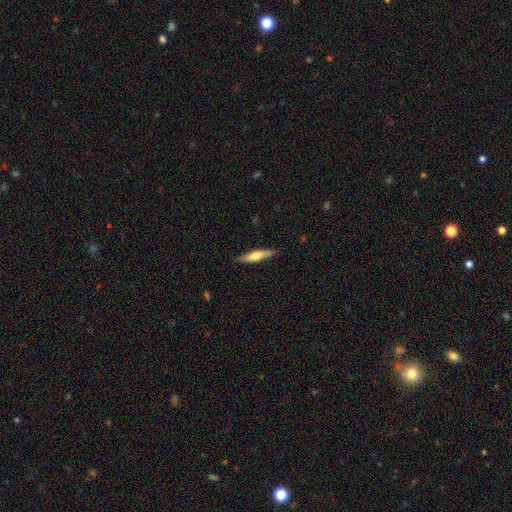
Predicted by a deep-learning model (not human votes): Smooth or featured?
  - smooth: 56% *
  - featured or disk: 39%
  - star or artifact: 6%
How rounded?
  - cigar-shaped: 84% *
  - in between: 15%
  - round: 2%
Merging?
  - none: 84% *
  - minor disturbance: 12%
  - major disturbance: 2%
  - merger: 1%